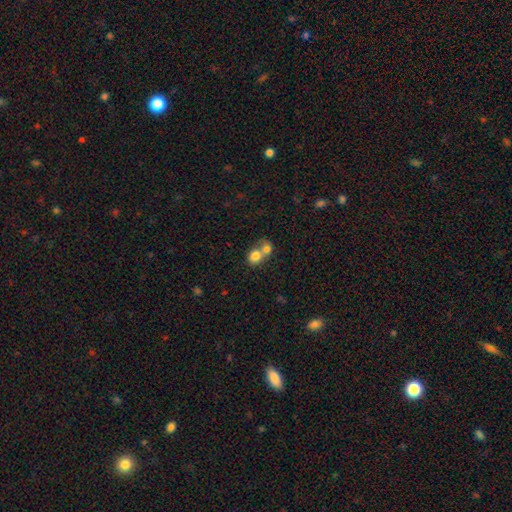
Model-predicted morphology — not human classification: A smooth galaxy with no disk features (77%) that is round (58%). Merging: merger (70%).